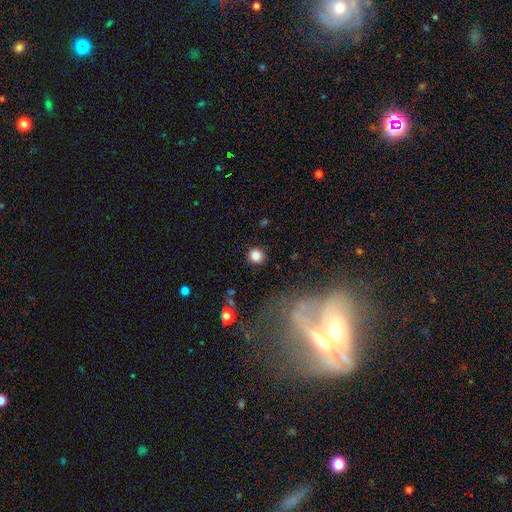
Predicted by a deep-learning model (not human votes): Overall: smooth (83%). How rounded: round (91%). Merging: none (90%).